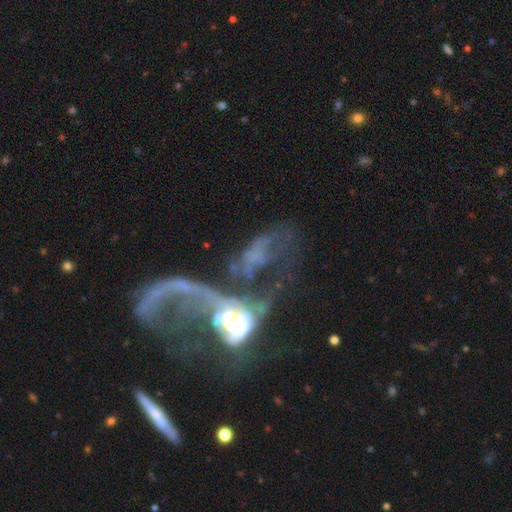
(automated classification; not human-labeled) Smooth or featured: featured or disk — 66% (smooth — 19%)
Edge-on disk: no — 94% (yes — 6%)
Bar: no — 65% (weak — 23%)
Spiral arms: yes — 52% (no — 48%)
Bulge size: moderate — 33% (small — 27%)
Merging: merger — 51% (major disturbance — 36%)